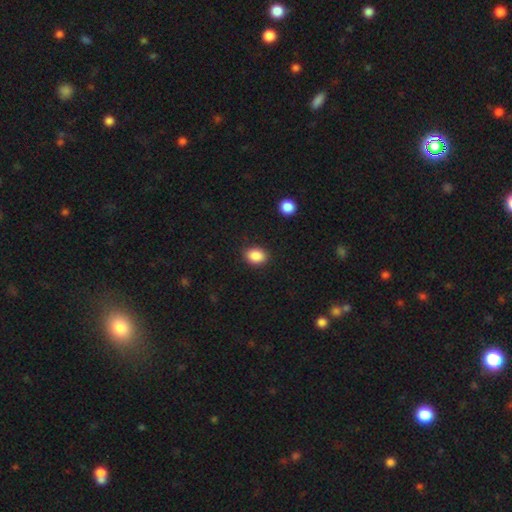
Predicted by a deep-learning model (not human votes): Q: Smooth or featured?
A: smooth (88%); runner-up: star or artifact (9%)
Q: How rounded?
A: in between (66%); runner-up: round (33%)
Q: Merging?
A: none (87%); runner-up: minor disturbance (9%)